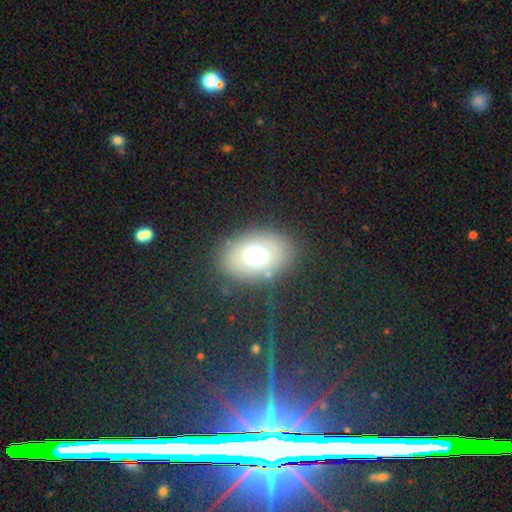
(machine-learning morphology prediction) This is likely a smooth galaxy (64%). How rounded: likely in between (70%). Merging: likely none (78%).